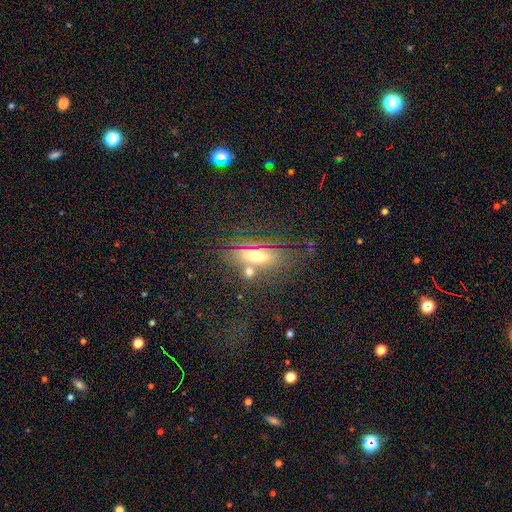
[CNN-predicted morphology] Smooth or featured? Predicted: smooth (p=0.49). Merging? Predicted: none (p=0.62).